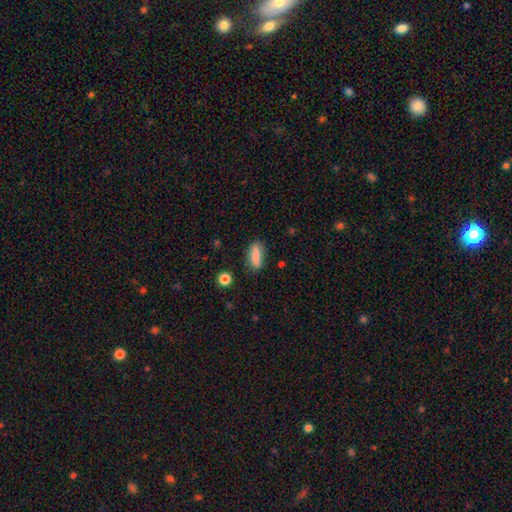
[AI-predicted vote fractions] Smooth or featured? Predicted: smooth (p=0.84). How rounded? Predicted: in between (p=0.65). Merging? Predicted: none (p=0.82).